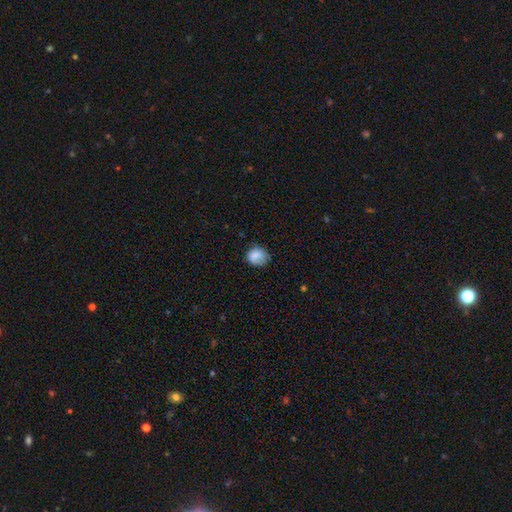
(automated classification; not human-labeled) smooth 83%, star or artifact 8%, featured or disk 8%. Down the decision tree: how rounded — round (67%); merging — none (66%).